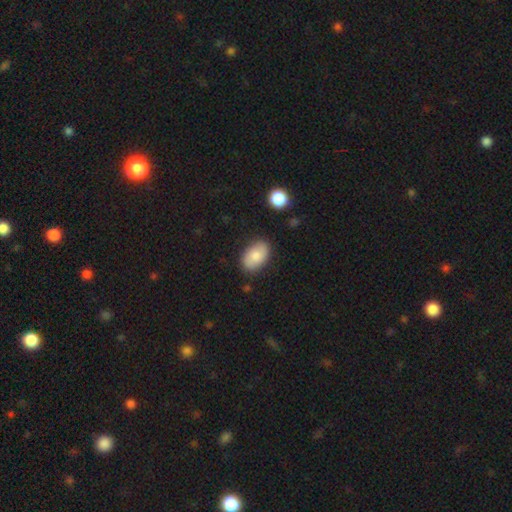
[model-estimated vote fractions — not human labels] The model was most divided on "smooth or featured": smooth: 80%, featured or disk: 14%, star or artifact: 7%. More confident: how rounded — in between (90%); merging — none (82%).